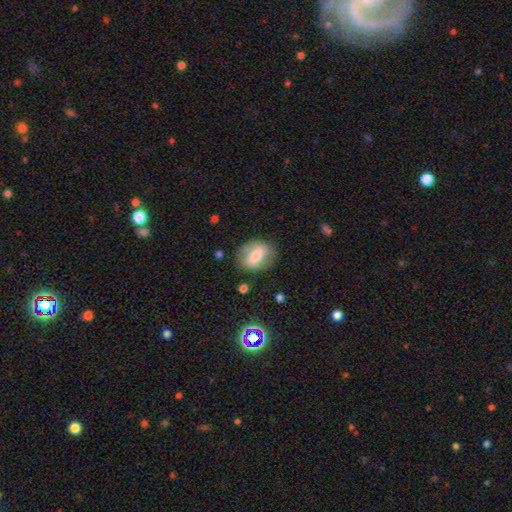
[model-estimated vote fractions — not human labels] The model was most divided on "smooth or featured": smooth: 52%, featured or disk: 41%, star or artifact: 8%. More confident: merging — none (71%); how rounded — in between (59%).